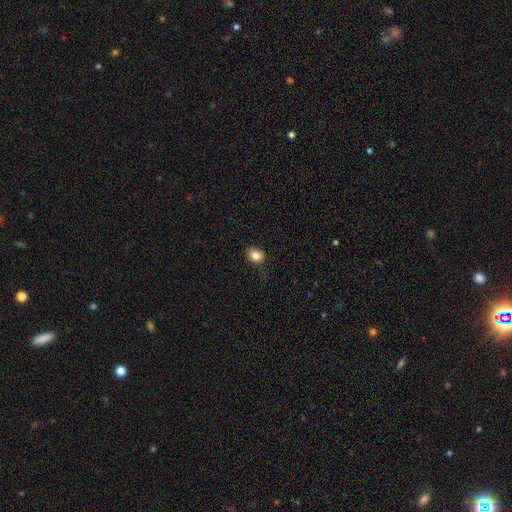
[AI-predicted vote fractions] A smooth galaxy with no disk features (83%) that is round (57%).

Vote fractions:
- Smooth or featured? smooth: 83% / star or artifact: 11% / featured or disk: 6%
- How rounded? round: 57% / in between: 42% / cigar-shaped: 1%
- Merging? none: 81% / minor disturbance: 15% / major disturbance: 3% / merger: 1%